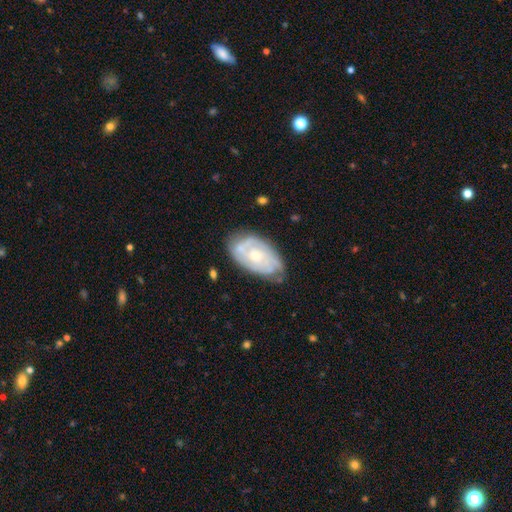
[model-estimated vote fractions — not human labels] The model was most divided on "bulge size": moderate: 51%, small: 44%, large: 2%, none: 2%, dominant: 1%. Remaining: edge-on disk — no (95%); spiral arms — yes (82%); bar — no (76%); smooth or featured — featured or disk (72%); merging — none (63%); spiral winding — tight (63%); spiral arm count — can't tell (45%).